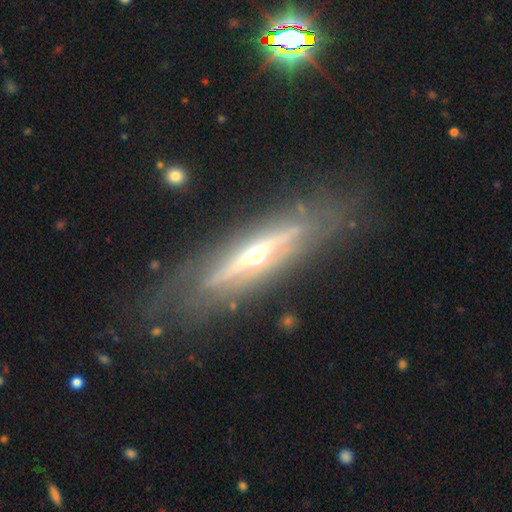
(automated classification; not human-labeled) A featured or disk galaxy (82%) viewed edge-on (84%) with a rounded central bulge (87%).

Vote fractions:
- Smooth or featured? featured or disk: 82% / smooth: 13% / star or artifact: 6%
- Edge-on disk? yes: 84% / no: 16%
- Edge-on bulge? rounded: 87% / none: 10% / boxy: 3%
- Merging? none: 75% / minor disturbance: 16% / major disturbance: 8% / merger: 2%